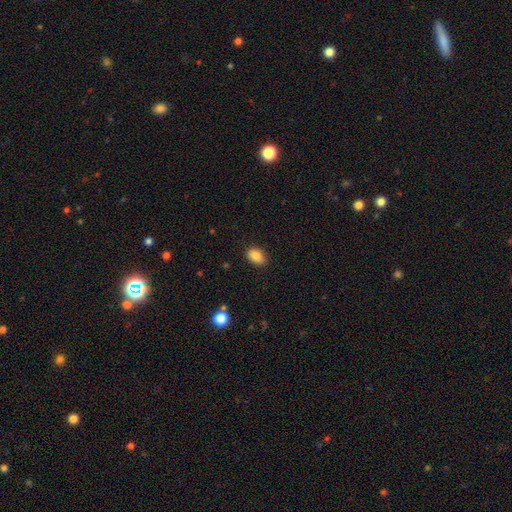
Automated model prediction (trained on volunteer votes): Smooth or featured: smooth — 85% (star or artifact — 9%)
How rounded: in between — 84% (round — 15%)
Merging: none — 87% (minor disturbance — 10%)